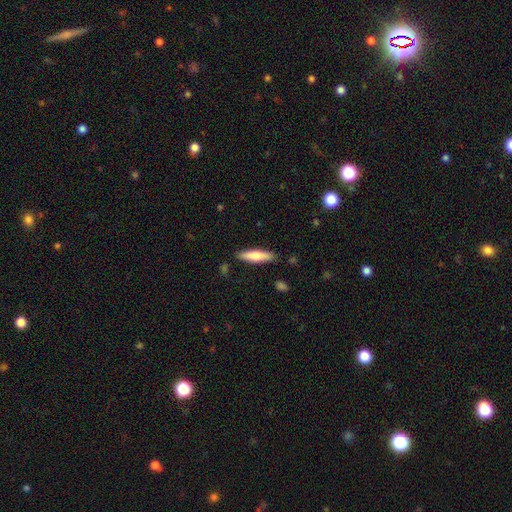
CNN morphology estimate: A smooth galaxy with no disk features (70%) that is cigar-shaped (76%). Merging: none (87%).